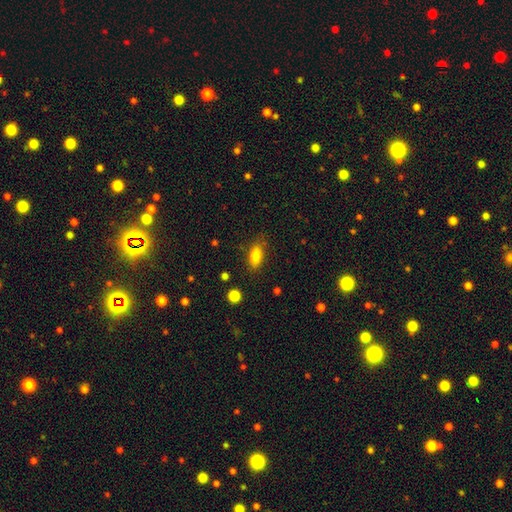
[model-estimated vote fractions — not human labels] Smooth or featured?
  - smooth: 83% *
  - star or artifact: 9%
  - featured or disk: 8%
How rounded?
  - in between: 81% *
  - cigar-shaped: 15%
  - round: 4%
Merging?
  - none: 79% *
  - minor disturbance: 14%
  - major disturbance: 4%
  - merger: 2%